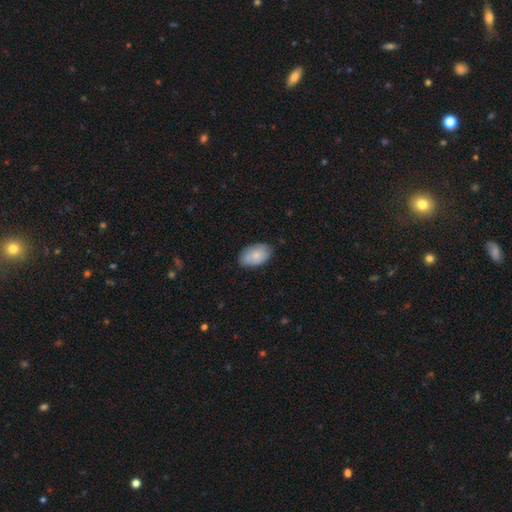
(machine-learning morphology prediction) smooth_or_featured: smooth (p=0.78) [alt: featured or disk p=0.16]
how_rounded: in between (p=0.93) [alt: round p=0.06]
merging: none (p=0.78) [alt: minor disturbance p=0.18]